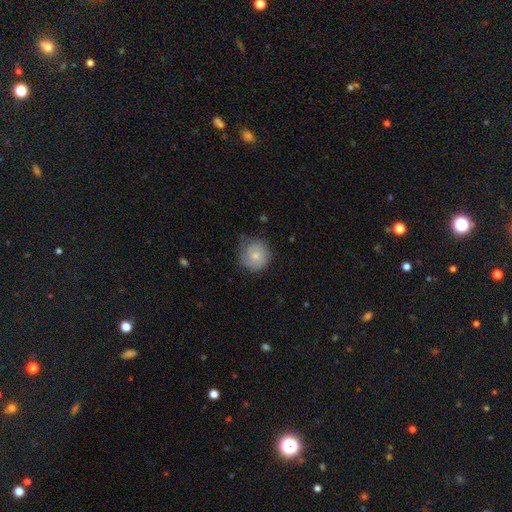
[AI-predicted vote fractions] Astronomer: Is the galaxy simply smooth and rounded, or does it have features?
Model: smooth — 68%.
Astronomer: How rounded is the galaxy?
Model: round — 91%.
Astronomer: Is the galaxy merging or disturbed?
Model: none — 70%.